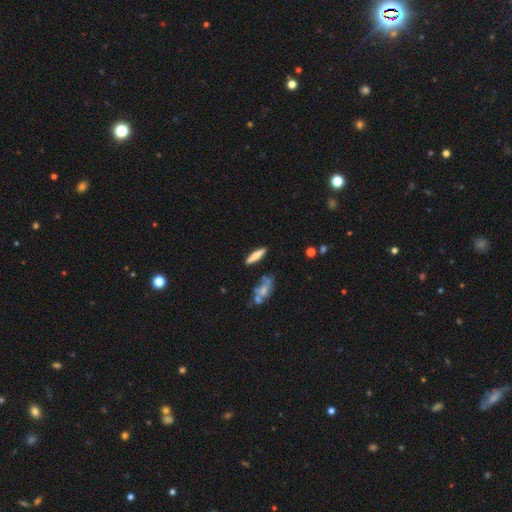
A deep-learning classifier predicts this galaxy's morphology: Overall: smooth (70%). How rounded: cigar-shaped (80%). Merging: none (81%).